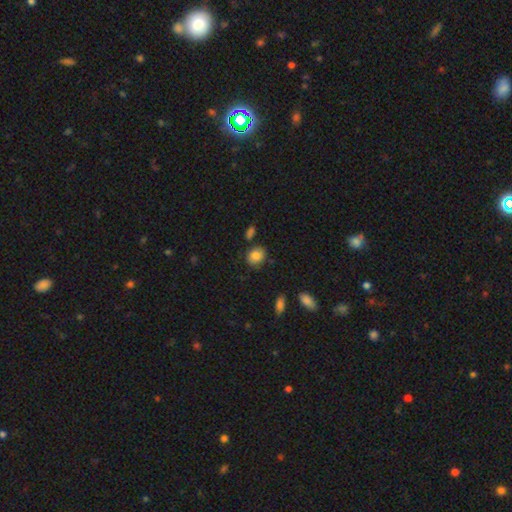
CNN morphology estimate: A smooth galaxy with no disk features (82%) that is round (59%).

Vote fractions:
- Smooth or featured? smooth: 82% / featured or disk: 9% / star or artifact: 8%
- How rounded? round: 59% / in between: 40% / cigar-shaped: 1%
- Merging? none: 75% / minor disturbance: 16% / merger: 5% / major disturbance: 4%